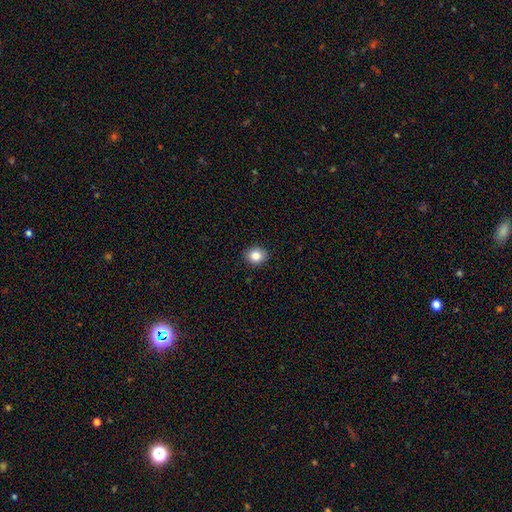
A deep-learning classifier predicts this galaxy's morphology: A smooth galaxy with no disk features (85%) that is round (71%).

Vote fractions:
- Smooth or featured? smooth: 85% / star or artifact: 10% / featured or disk: 5%
- How rounded? round: 71% / in between: 28% / cigar-shaped: 1%
- Merging? none: 90% / minor disturbance: 7% / major disturbance: 2% / merger: 1%